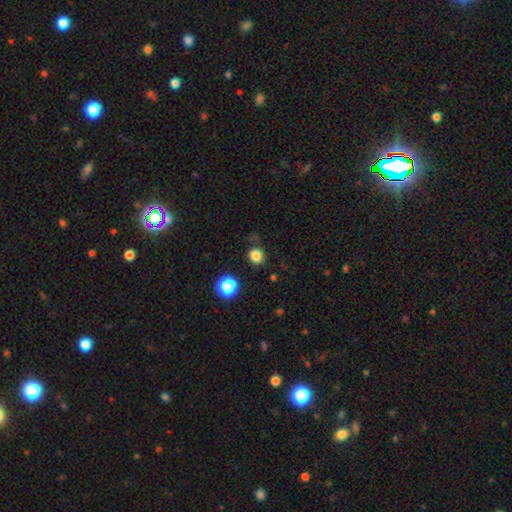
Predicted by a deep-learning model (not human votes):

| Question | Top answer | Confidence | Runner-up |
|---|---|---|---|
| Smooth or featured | smooth | 83% | star or artifact (14%) |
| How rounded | round | 84% | in between (15%) |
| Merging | none | 83% | minor disturbance (10%) |